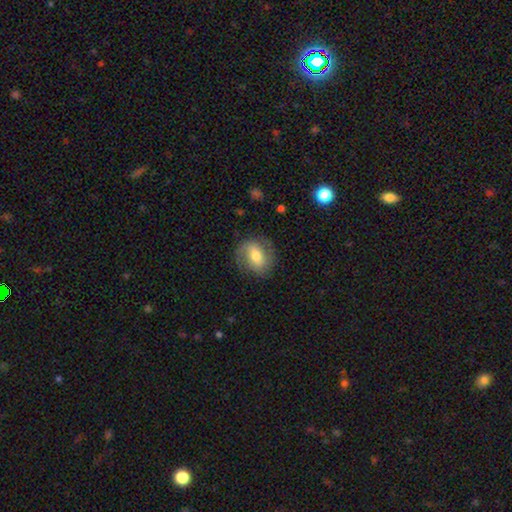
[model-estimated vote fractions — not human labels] A featured or disk galaxy (57%) with a weak bar (44%), spiral arms (81%) and a moderate central bulge (66%). Merging: none (77%).